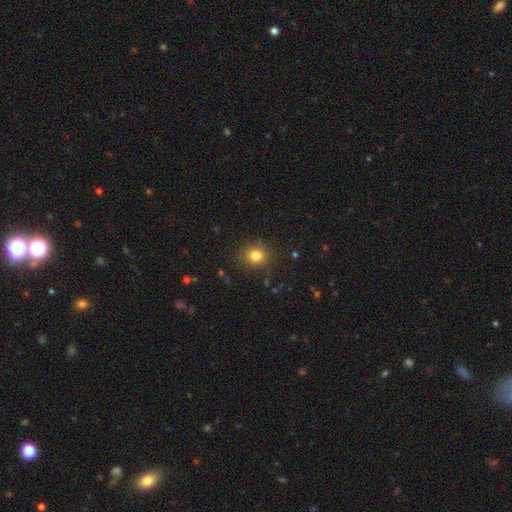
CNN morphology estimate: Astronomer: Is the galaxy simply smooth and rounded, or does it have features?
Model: smooth — 81%.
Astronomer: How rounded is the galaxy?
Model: round — 81%.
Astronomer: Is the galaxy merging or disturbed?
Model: none — 85%.